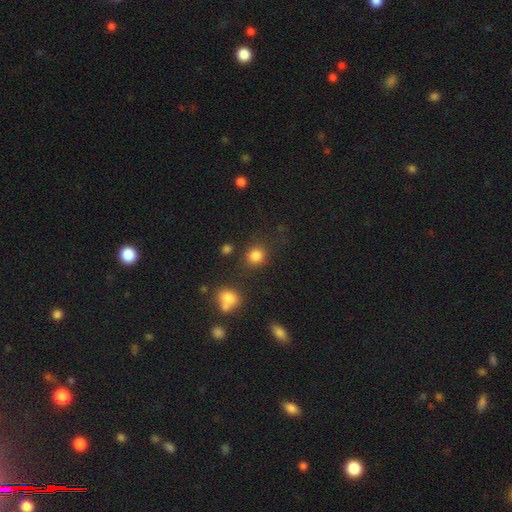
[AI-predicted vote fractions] smooth-or-featured: smooth: 83% | star or artifact: 13% | featured or disk: 4%
  how-rounded: round: 80% | in between: 19% | cigar-shaped: 1%
  merging: none: 77% | minor disturbance: 11% | merger: 7% | major disturbance: 5%